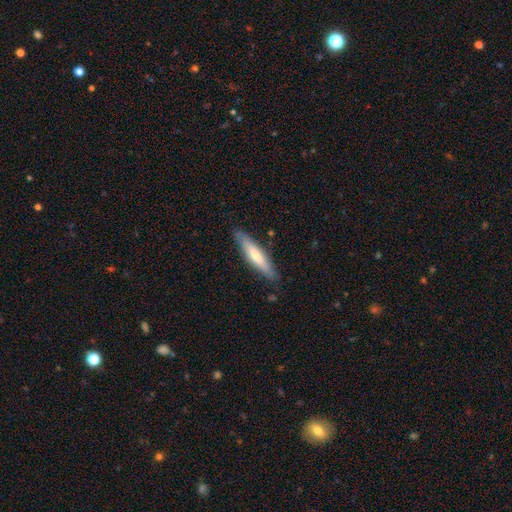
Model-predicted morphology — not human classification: type=smooth (58%); roundness=cigar-shaped (83%); merging=none (85%).